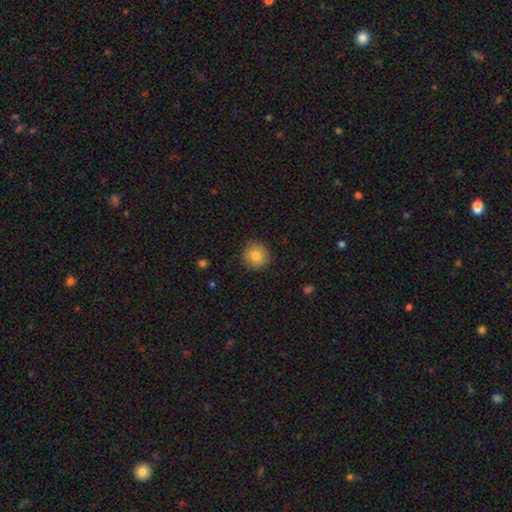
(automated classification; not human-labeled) Overall: smooth (83%). How rounded: round (92%). Merging: none (89%).